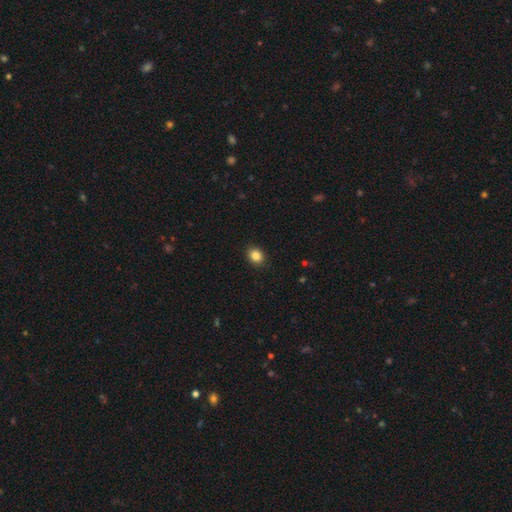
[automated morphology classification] Smooth or featured: smooth — 86% (star or artifact — 10%)
How rounded: round — 58% (in between — 41%)
Merging: none — 90% (minor disturbance — 7%)